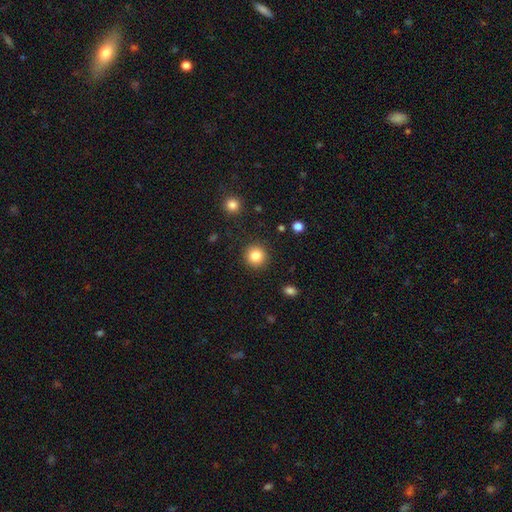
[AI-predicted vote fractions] smooth-or-featured: smooth: 84% | star or artifact: 10% | featured or disk: 6%
  how-rounded: round: 94% | in between: 5% | cigar-shaped: 1%
  merging: none: 91% | minor disturbance: 6% | major disturbance: 2% | merger: 1%